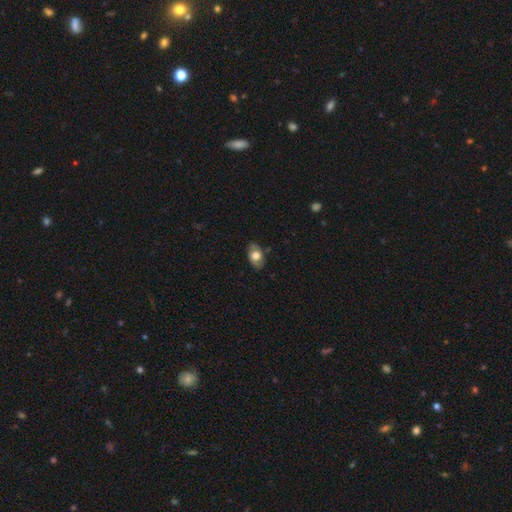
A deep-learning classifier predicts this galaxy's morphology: Q: Smooth or featured?
A: smooth (69%); runner-up: featured or disk (24%)
Q: How rounded?
A: in between (87%); runner-up: round (11%)
Q: Merging?
A: none (81%); runner-up: minor disturbance (15%)